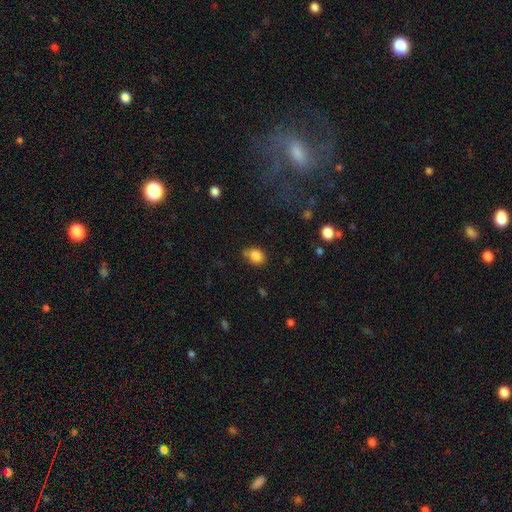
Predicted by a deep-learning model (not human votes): This appears to be a smooth galaxy with no disk features (84%) that is in between round and cigar-shaped (53%). Merging: none (61%).